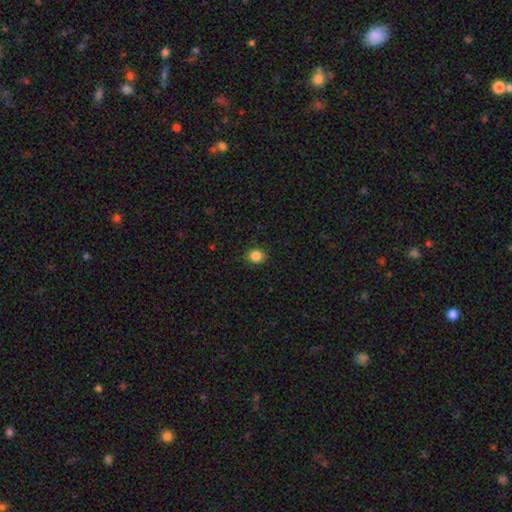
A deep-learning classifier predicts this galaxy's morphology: This appears to be a smooth galaxy with no disk features (86%) that is round (72%). Merging: none (90%).